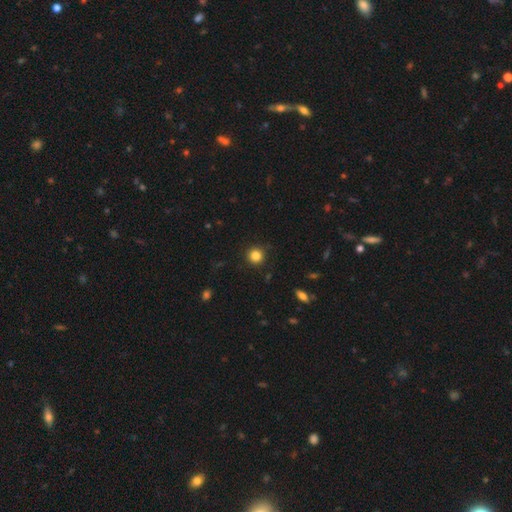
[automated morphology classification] Smooth or featured? smooth (84%)
How rounded? round (94%)
Merging? none (91%)